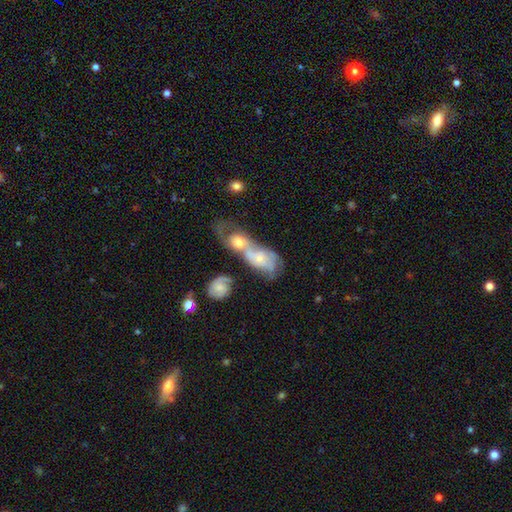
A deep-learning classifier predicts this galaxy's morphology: Q: Smooth or featured?
A: featured or disk (59%); runner-up: smooth (29%)
Q: Edge-on disk?
A: no (91%); runner-up: yes (9%)
Q: Bar?
A: no (70%); runner-up: weak (24%)
Q: Spiral arms?
A: yes (74%); runner-up: no (26%)
Q: Bulge size?
A: moderate (45%); runner-up: small (42%)
Q: Merging?
A: merger (68%); runner-up: none (17%)